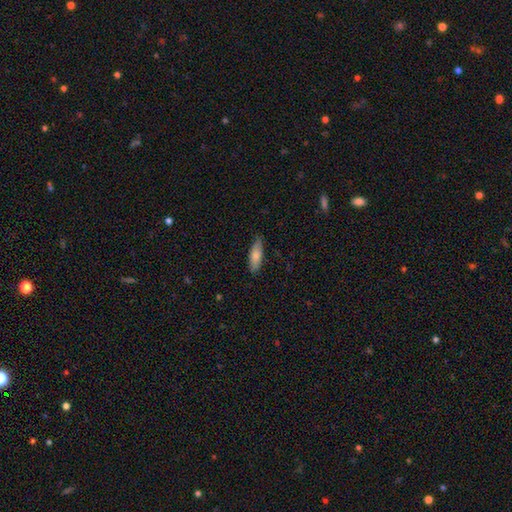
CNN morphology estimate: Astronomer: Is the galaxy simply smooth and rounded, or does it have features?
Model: smooth — 78%.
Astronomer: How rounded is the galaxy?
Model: in between — 58% (runner-up: cigar-shaped, 40%).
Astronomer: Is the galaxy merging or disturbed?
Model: none — 84%.